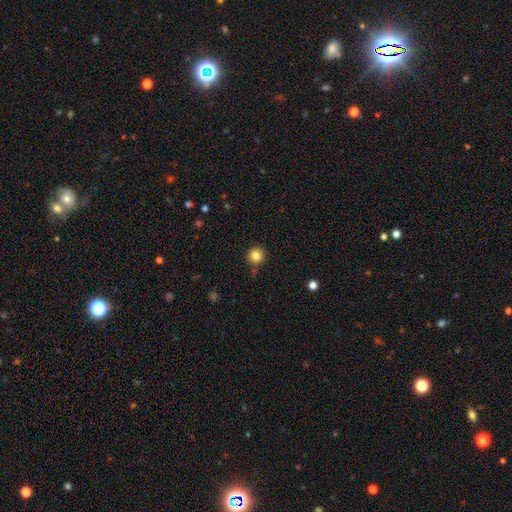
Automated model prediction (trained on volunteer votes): smooth 84%, star or artifact 11%, featured or disk 5%. Down the decision tree: how rounded — round (93%); merging — none (81%).